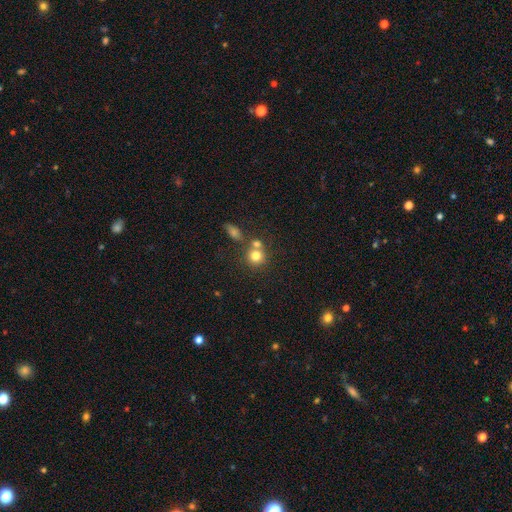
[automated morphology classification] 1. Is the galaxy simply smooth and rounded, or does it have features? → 77% smooth, 12% star or artifact, 11% featured or disk.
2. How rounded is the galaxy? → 87% round, 12% in between, 1% cigar-shaped.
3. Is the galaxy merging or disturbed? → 53% none, 35% merger, 9% minor disturbance, 4% major disturbance.